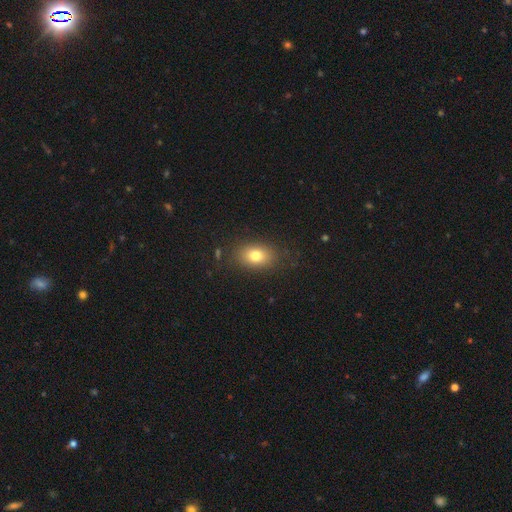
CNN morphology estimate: smooth_or_featured: smooth (p=0.78) [alt: featured or disk p=0.11]
how_rounded: in between (p=0.77) [alt: round p=0.21]
merging: none (p=0.83) [alt: minor disturbance p=0.11]